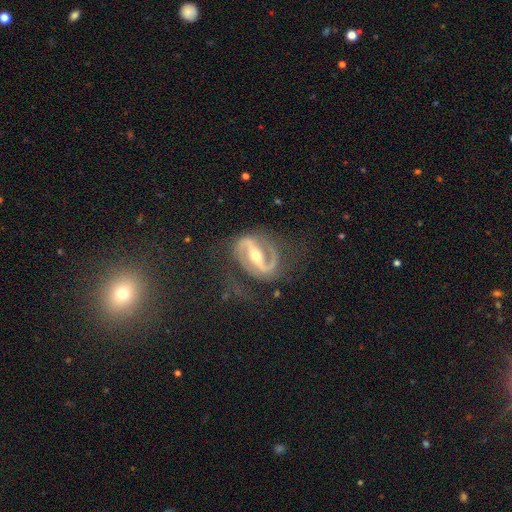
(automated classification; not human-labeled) Smooth or featured?
  - featured or disk: 91% *
  - star or artifact: 5%
  - smooth: 4%
Edge-on disk?
  - no: 96% *
  - yes: 4%
Bar?
  - strong: 72% *
  - weak: 19%
  - no: 9%
Spiral arms?
  - yes: 96% *
  - no: 4%
Spiral winding?
  - medium: 51% *
  - tight: 28%
  - loose: 21%
Spiral arm count?
  - 2: 91% *
  - 1: 3%
  - can't tell: 3%
  - 3: 1%
  - 4: 1%
  - more than 4: 1%
Bulge size?
  - moderate: 62% *
  - small: 33%
  - large: 3%
  - none: 1%
  - dominant: 1%
Merging?
  - none: 69% *
  - minor disturbance: 16%
  - major disturbance: 13%
  - merger: 2%